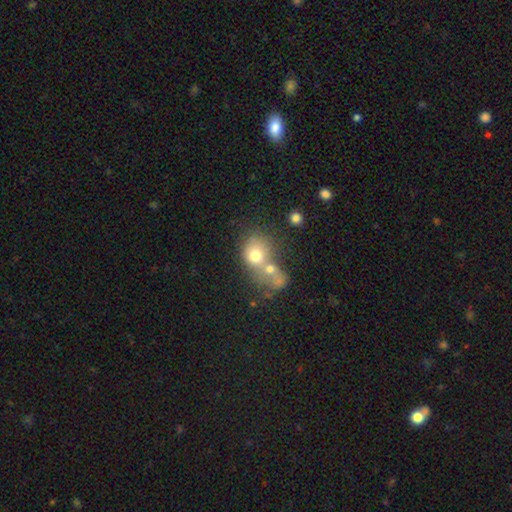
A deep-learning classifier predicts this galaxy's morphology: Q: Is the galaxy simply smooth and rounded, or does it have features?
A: smooth — 68%.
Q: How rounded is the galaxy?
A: round — 62%.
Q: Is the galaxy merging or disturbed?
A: merger — 70%.